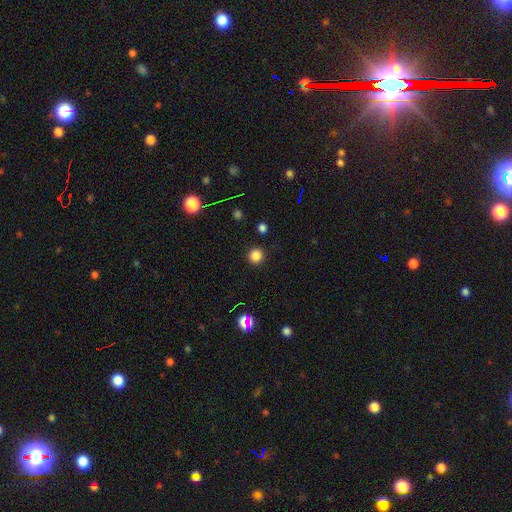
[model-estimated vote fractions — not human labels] smooth_or_featured: smooth (p=0.83) [alt: star or artifact p=0.14]
how_rounded: round (p=0.93) [alt: in between p=0.06]
merging: none (p=0.90) [alt: minor disturbance p=0.06]